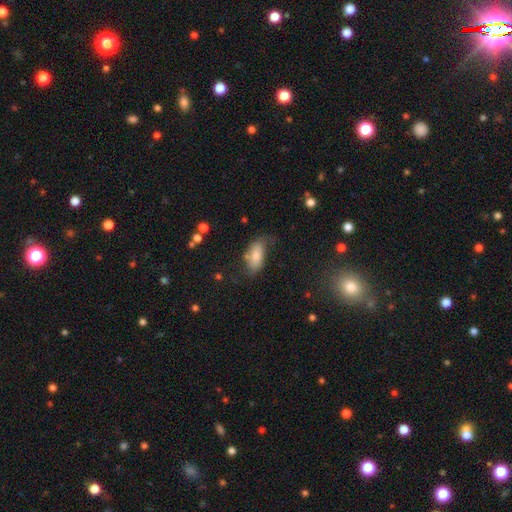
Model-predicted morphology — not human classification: smooth-or-featured: smooth: 73% | featured or disk: 19% | star or artifact: 8%
  how-rounded: in between: 90% | cigar-shaped: 7% | round: 3%
  merging: none: 49% | minor disturbance: 30% | major disturbance: 16% | merger: 4%